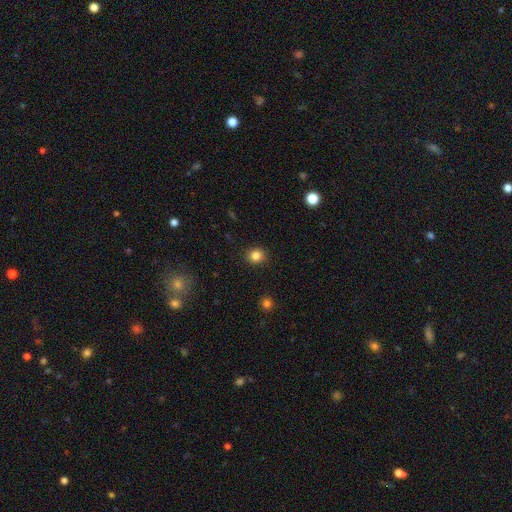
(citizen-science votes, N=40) A smooth galaxy with no disk features (90%) that is round (92%).

Vote fractions:
- Smooth or featured? smooth: 90% / star or artifact: 8% / featured or disk: 2%
- How rounded? round: 92% / in between: 6% / cigar-shaped: 3%
- Merging? none: 86% / major disturbance: 8% / minor disturbance: 5% / merger: 0%